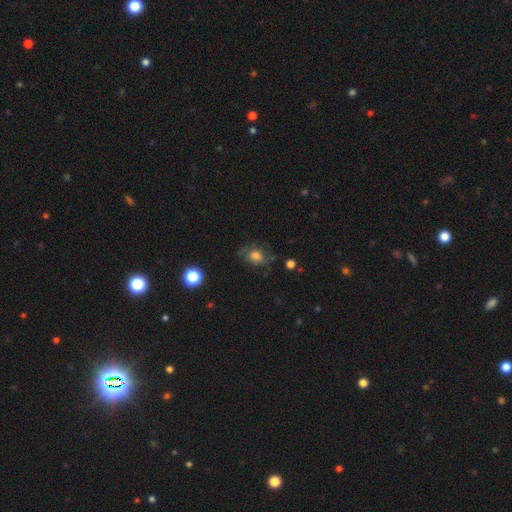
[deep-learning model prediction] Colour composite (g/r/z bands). It shows a smooth galaxy with no disk features (58%) that is round (53%). Merging: none (57%).